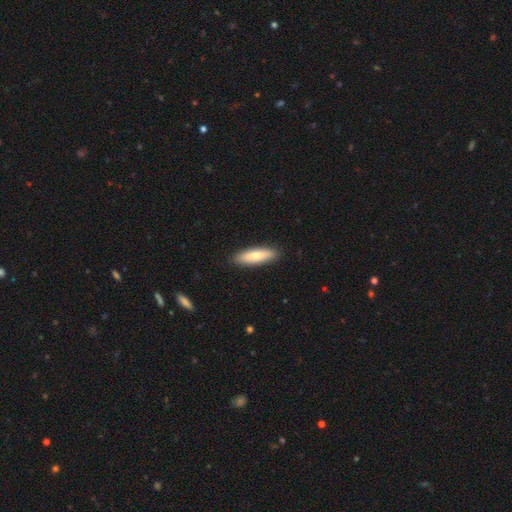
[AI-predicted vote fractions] Smooth or featured? Predicted: smooth (p=0.74). How rounded? Predicted: cigar-shaped (p=0.51). Merging? Predicted: none (p=0.90).